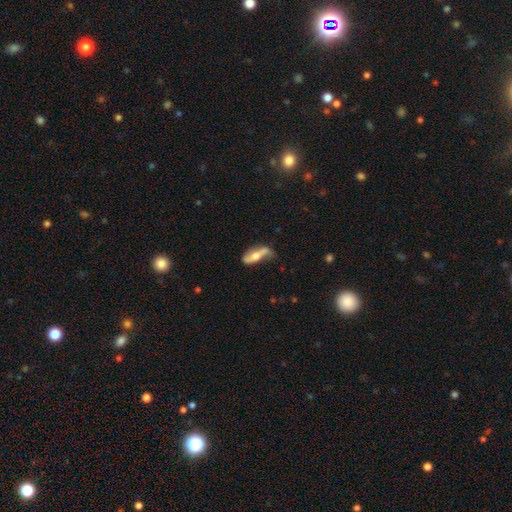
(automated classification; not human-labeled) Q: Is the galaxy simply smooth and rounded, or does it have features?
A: featured or disk — 59%.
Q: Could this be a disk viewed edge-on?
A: no — 72%.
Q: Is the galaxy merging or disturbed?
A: none — 47%.